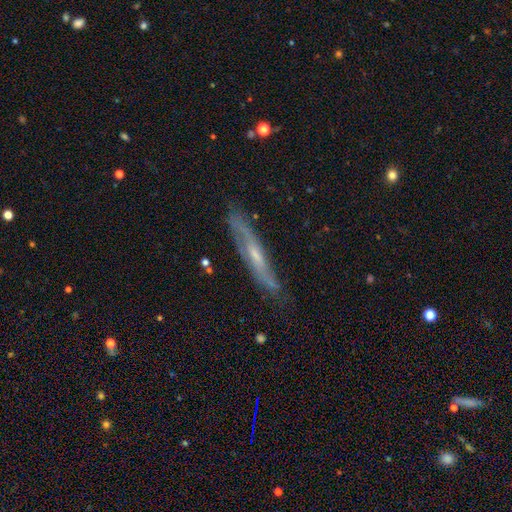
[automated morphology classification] A featured or disk galaxy (68%) viewed edge-on (68%). Merging: none (76%).